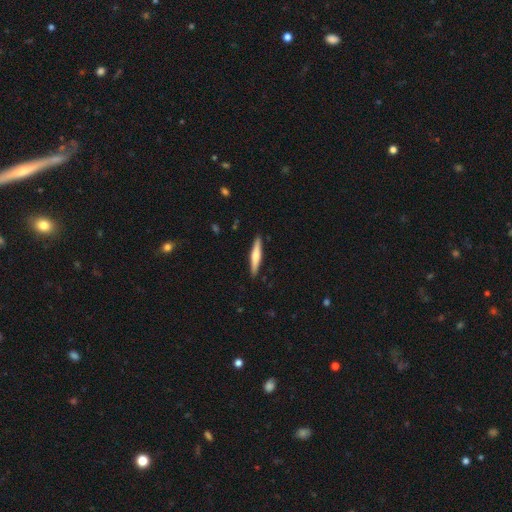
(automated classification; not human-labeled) Morphology: type=smooth (50%); roundness=cigar-shaped (91%); merging=none (91%).